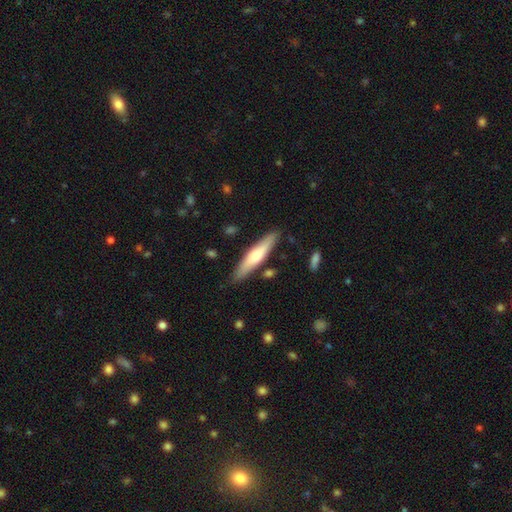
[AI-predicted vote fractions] Smooth or featured? Predicted: smooth (p=0.56). How rounded? Predicted: cigar-shaped (p=0.82). Merging? Predicted: none (p=0.84).